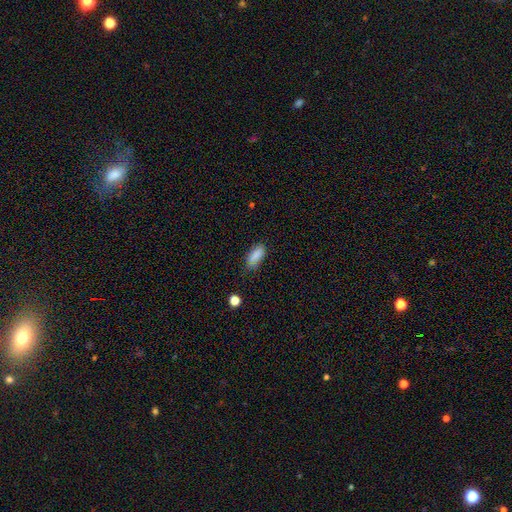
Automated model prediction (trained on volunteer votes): smooth 85%, star or artifact 8%, featured or disk 6%. Down the decision tree: how rounded — in between (83%); merging — none (70%).